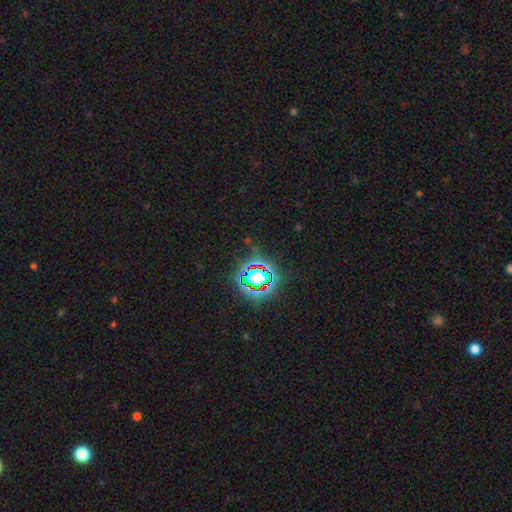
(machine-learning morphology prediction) Smooth or featured? star or artifact (79%)